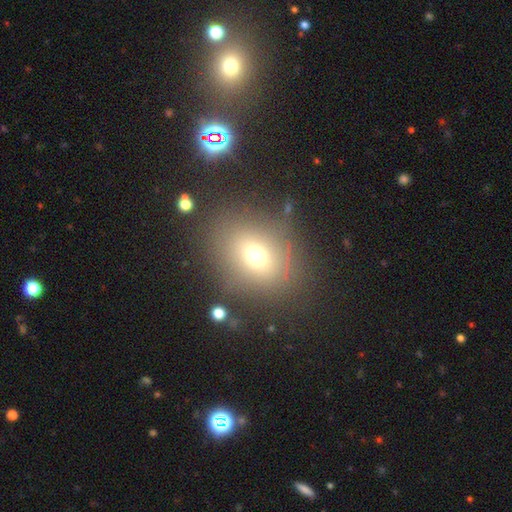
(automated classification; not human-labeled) Overall: smooth (66%). How rounded: round (61%; in between 37%). Merging: none (78%).